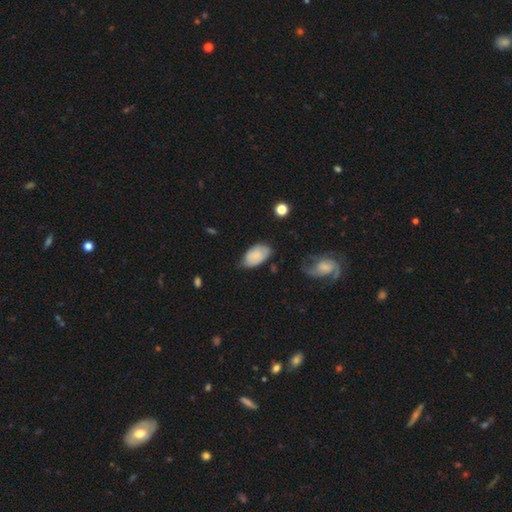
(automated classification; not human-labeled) Smooth or featured?
  - smooth: 74% *
  - featured or disk: 19%
  - star or artifact: 7%
How rounded?
  - in between: 93% *
  - round: 5%
  - cigar-shaped: 1%
Merging?
  - none: 59% *
  - minor disturbance: 31%
  - major disturbance: 7%
  - merger: 3%